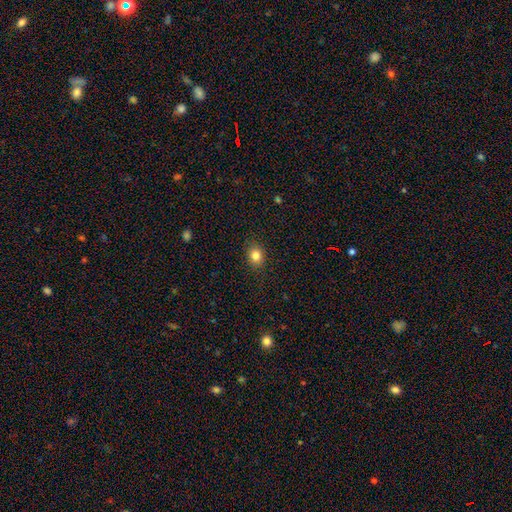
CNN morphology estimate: The model was most divided on "how rounded": round: 54%, in between: 45%, cigar-shaped: 1%. More confident: merging — none (88%); smooth or featured — smooth (83%).